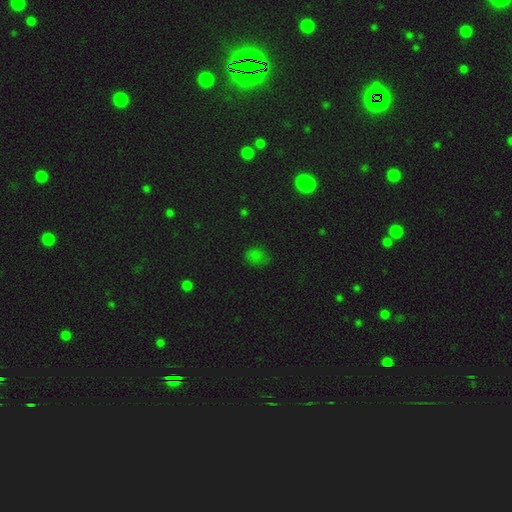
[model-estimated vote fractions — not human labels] smooth 69%, star or artifact 26%, featured or disk 6%. Down the decision tree: how rounded — round (55%); merging — none (74%).